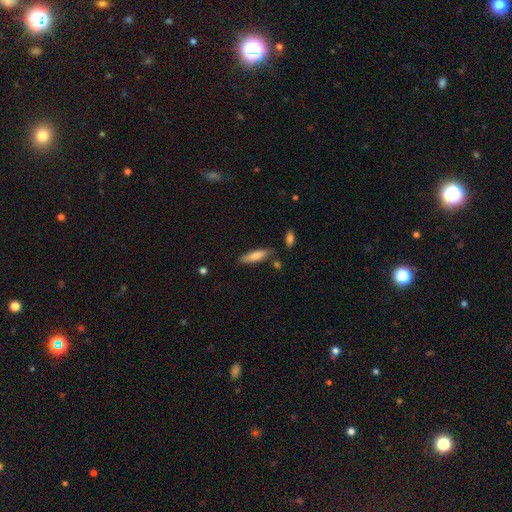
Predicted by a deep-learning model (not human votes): Smooth or featured? smooth (76%)
How rounded? cigar-shaped (68%)
Merging? none (77%)